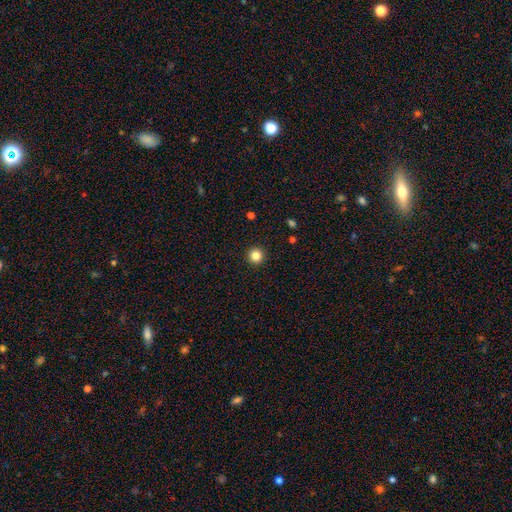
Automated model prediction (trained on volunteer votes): This appears to be a smooth galaxy with no disk features (84%) that is round (96%). Merging: none (94%).